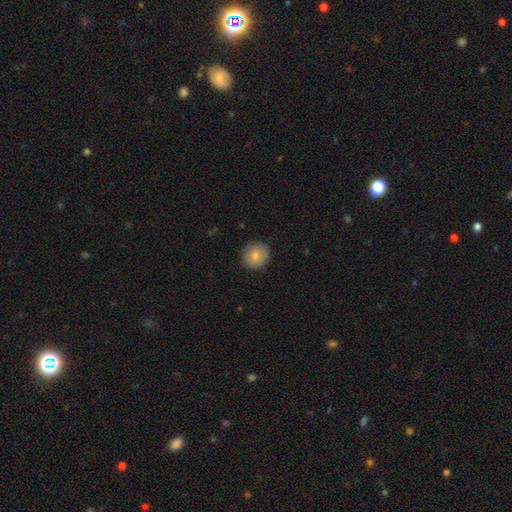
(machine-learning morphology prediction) smooth-or-featured: smooth: 81% | featured or disk: 11% | star or artifact: 8%
  how-rounded: round: 84% | in between: 15% | cigar-shaped: 1%
  merging: none: 87% | minor disturbance: 10% | major disturbance: 2% | merger: 1%